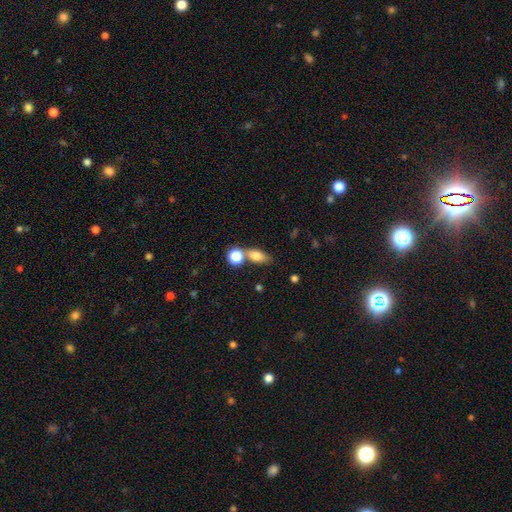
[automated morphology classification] A smooth galaxy with no disk features (75%) that is in between round and cigar-shaped (69%).

Vote fractions:
- Smooth or featured? smooth: 75% / featured or disk: 15% / star or artifact: 11%
- How rounded? in between: 69% / round: 18% / cigar-shaped: 13%
- Merging? none: 54% / merger: 30% / minor disturbance: 12% / major disturbance: 5%